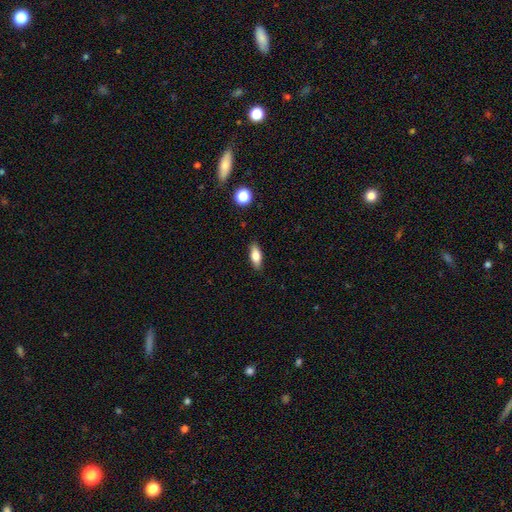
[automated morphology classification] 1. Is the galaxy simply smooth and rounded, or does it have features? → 76% smooth, 16% featured or disk, 8% star or artifact.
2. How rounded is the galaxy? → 75% in between, 21% cigar-shaped, 3% round.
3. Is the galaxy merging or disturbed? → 87% none, 10% minor disturbance, 2% major disturbance, 1% merger.